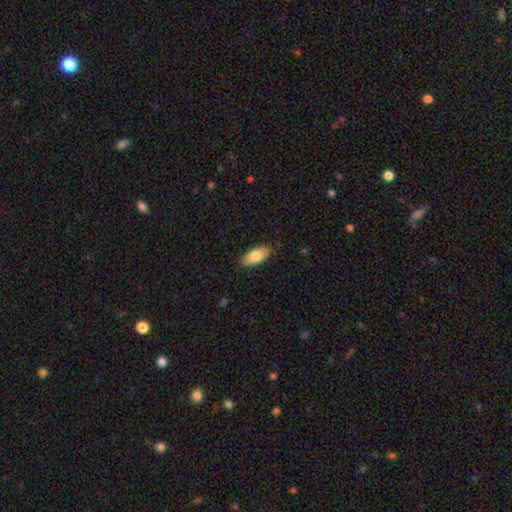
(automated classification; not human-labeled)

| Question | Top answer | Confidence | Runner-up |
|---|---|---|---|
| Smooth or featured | smooth | 78% | featured or disk (16%) |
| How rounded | in between | 90% | cigar-shaped (8%) |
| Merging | none | 86% | minor disturbance (11%) |